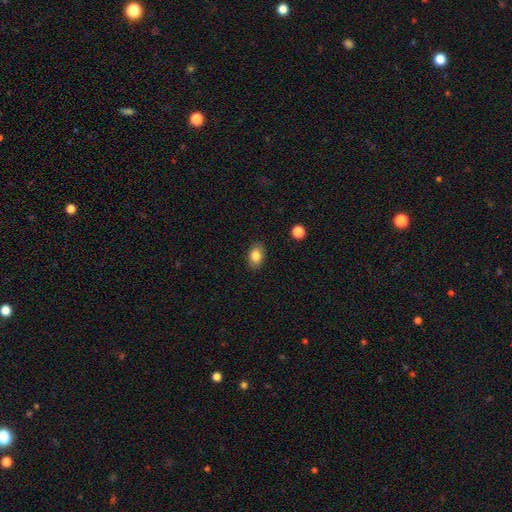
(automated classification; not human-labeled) smooth-or-featured: smooth: 83% | star or artifact: 9% | featured or disk: 8%
  how-rounded: in between: 80% | round: 19% | cigar-shaped: 1%
  merging: none: 87% | minor disturbance: 9% | major disturbance: 2% | merger: 1%